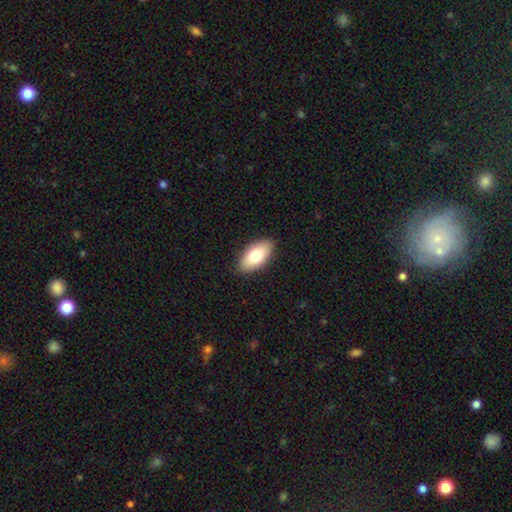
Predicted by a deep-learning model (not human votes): Smooth or featured? Predicted: smooth (p=0.78). How rounded? Predicted: in between (p=0.93). Merging? Predicted: none (p=0.88).